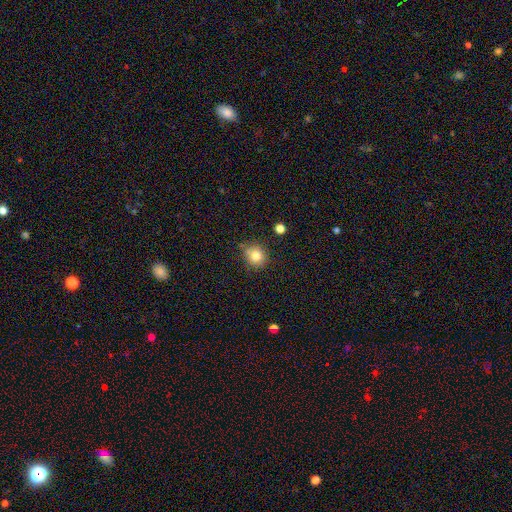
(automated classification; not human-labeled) Q: Smooth or featured?
A: smooth (81%); runner-up: star or artifact (11%)
Q: How rounded?
A: round (85%); runner-up: in between (14%)
Q: Merging?
A: none (77%); runner-up: minor disturbance (13%)